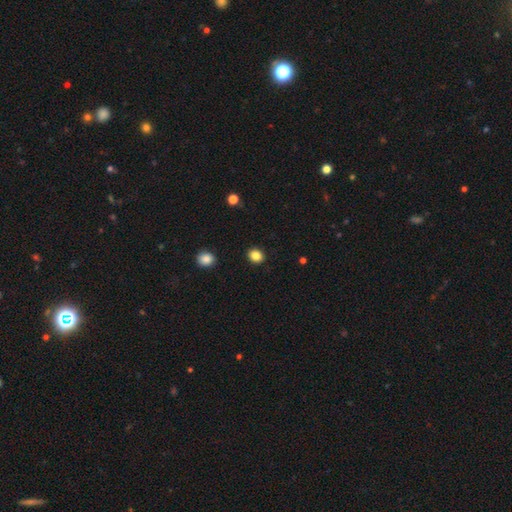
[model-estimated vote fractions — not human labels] This is clearly a smooth galaxy (85%). How rounded: likely round (65%). Merging: clearly none (91%).